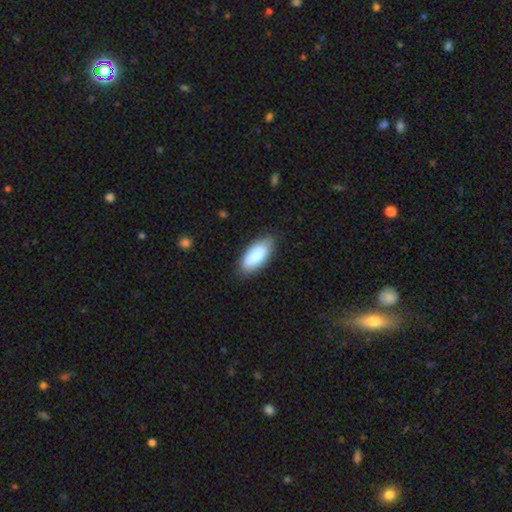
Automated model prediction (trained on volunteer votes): Smooth or featured? Predicted: smooth (p=0.82). How rounded? Predicted: in between (p=0.90). Merging? Predicted: none (p=0.83).